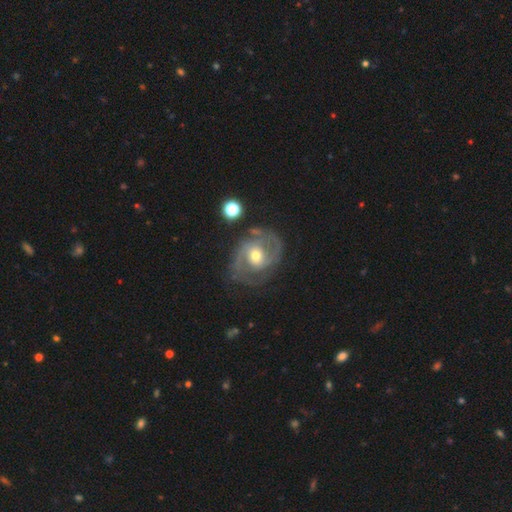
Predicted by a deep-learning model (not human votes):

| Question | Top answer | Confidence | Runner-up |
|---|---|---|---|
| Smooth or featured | featured or disk | 85% | smooth (8%) |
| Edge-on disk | no | 97% | yes (3%) |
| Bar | no | 47% | weak (41%) |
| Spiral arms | yes | 95% | no (5%) |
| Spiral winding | medium | 50% | tight (36%) |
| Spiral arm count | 2 | 82% | can't tell (7%) |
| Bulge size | moderate | 68% | small (26%) |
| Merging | none | 75% | minor disturbance (16%) |